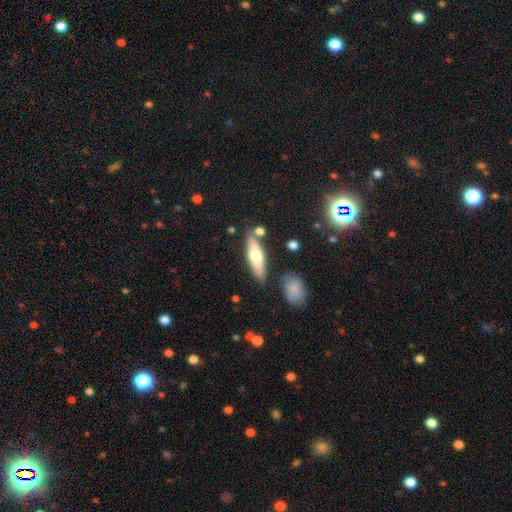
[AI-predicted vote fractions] This is possibly a smooth galaxy (54%). How rounded: possibly cigar-shaped (58%). Merging: likely none (77%).